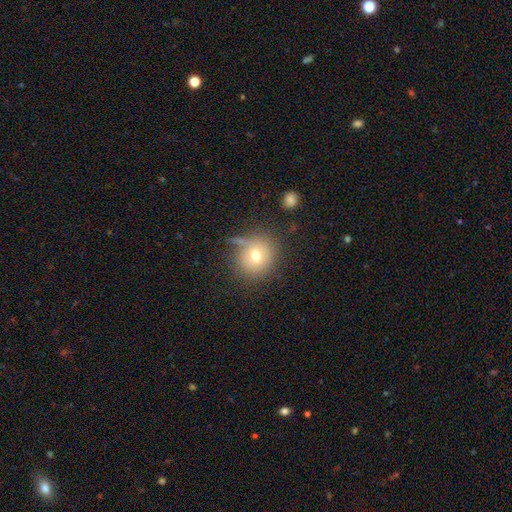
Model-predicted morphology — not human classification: Q: Smooth or featured?
A: smooth (68%); runner-up: featured or disk (17%)
Q: How rounded?
A: round (88%); runner-up: in between (11%)
Q: Merging?
A: none (67%); runner-up: minor disturbance (16%)